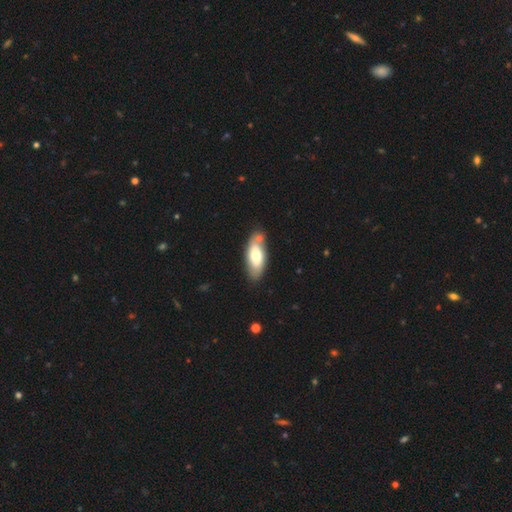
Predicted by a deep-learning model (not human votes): Smooth or featured? Predicted: smooth (p=0.61). How rounded? Predicted: in between (p=0.83). Merging? Predicted: none (p=0.62).